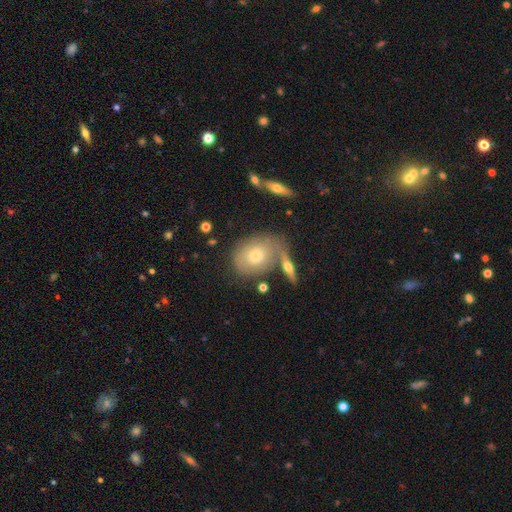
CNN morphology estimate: Q: Smooth or featured?
A: smooth (57%); runner-up: featured or disk (34%)
Q: How rounded?
A: in between (59%); runner-up: round (39%)
Q: Merging?
A: none (57%); runner-up: merger (19%)